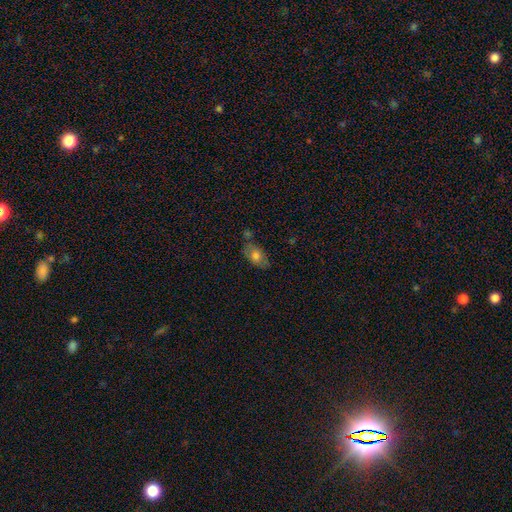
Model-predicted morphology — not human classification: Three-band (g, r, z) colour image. It shows a smooth galaxy with no disk features (71%) that is in between round and cigar-shaped (86%). Merging: none (60%).